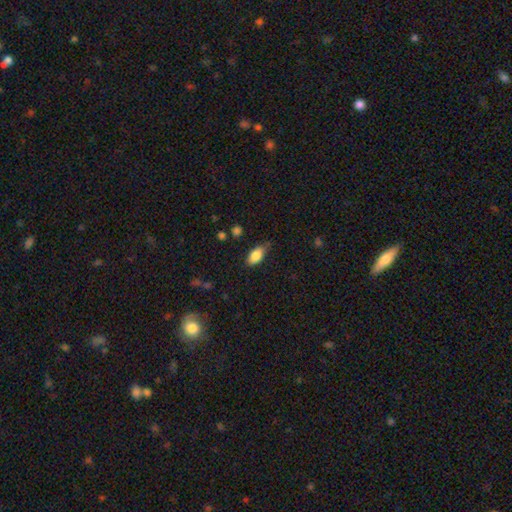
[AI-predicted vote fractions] Smooth or featured? Predicted: smooth (p=0.84). How rounded? Predicted: in between (p=0.90). Merging? Predicted: none (p=0.67).